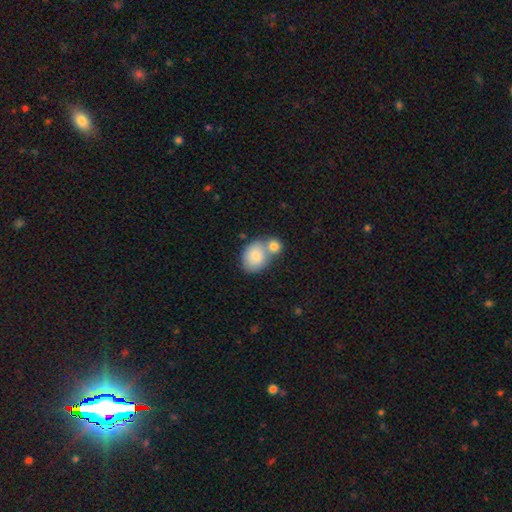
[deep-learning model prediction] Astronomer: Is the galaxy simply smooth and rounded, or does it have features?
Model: smooth — 83%.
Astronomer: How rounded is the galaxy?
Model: in between — 57% (runner-up: round, 42%).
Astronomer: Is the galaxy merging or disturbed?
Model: merger — 51% (runner-up: none, 34%).